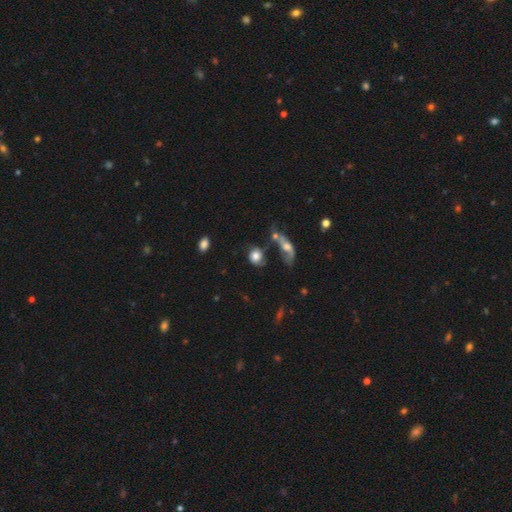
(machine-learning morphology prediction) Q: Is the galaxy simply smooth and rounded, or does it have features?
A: smooth — 74%.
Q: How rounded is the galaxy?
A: round — 64%.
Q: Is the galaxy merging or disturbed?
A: none — 42%.